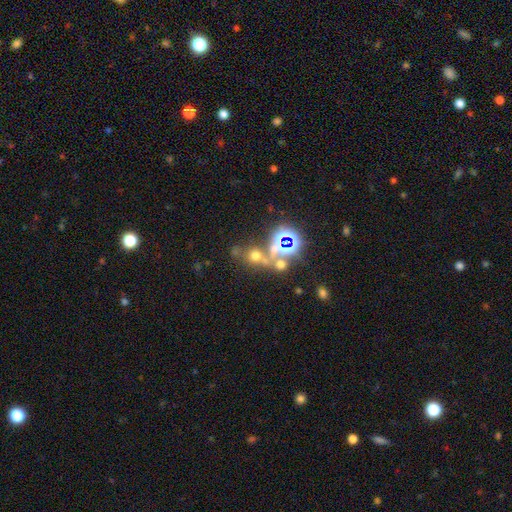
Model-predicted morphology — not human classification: smooth 45%, star or artifact 41%, featured or disk 14%. Down the decision tree: merging — none (54%).